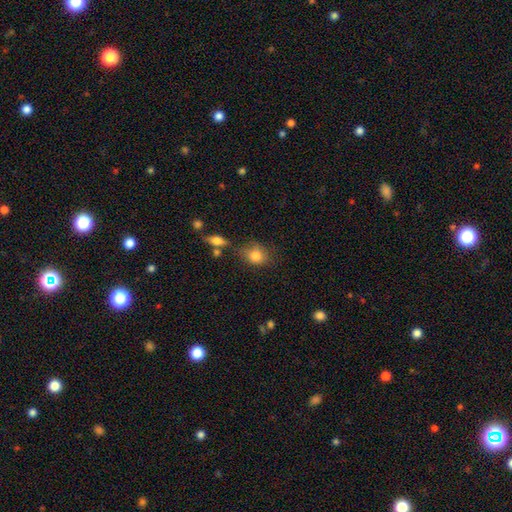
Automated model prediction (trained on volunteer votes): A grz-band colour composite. It shows a smooth galaxy with no disk features (82%) that is round (57%). Merging: none (59%).